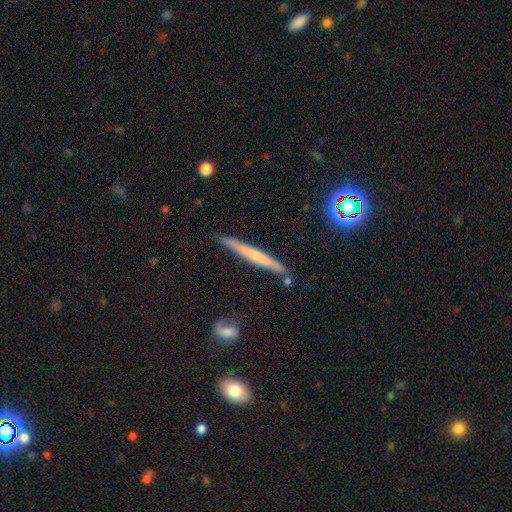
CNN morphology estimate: This appears to be a featured or disk galaxy (46%, tied with smooth). Merging: none (83%).